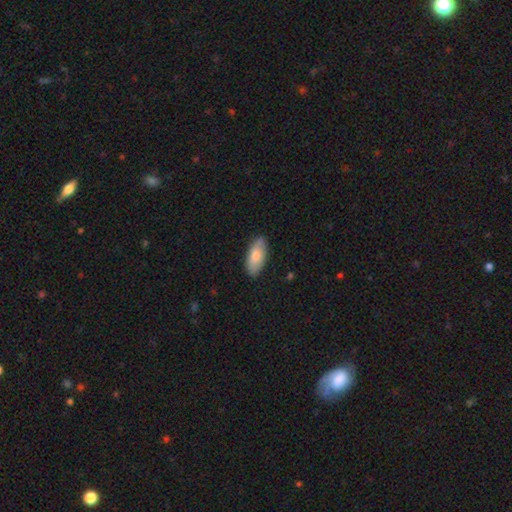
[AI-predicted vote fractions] Overall: smooth (78%). How rounded: in between (84%). Merging: none (84%).